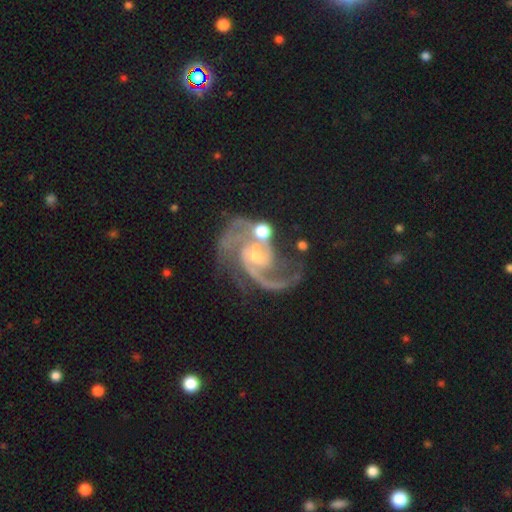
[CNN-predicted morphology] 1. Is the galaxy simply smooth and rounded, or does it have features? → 91% featured or disk, 6% star or artifact, 3% smooth.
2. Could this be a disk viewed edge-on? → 98% no, 2% yes.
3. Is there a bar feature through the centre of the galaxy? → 52% no, 37% weak, 11% strong.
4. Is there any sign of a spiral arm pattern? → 98% yes, 2% no.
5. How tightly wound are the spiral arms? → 58% medium, 23% tight, 18% loose.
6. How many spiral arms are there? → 75% 2, 10% 3, 5% can't tell, 4% 1, 3% 4, 3% more than 4.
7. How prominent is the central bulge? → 64% small, 29% moderate, 4% none, 2% large, 1% dominant.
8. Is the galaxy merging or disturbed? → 49% none, 18% minor disturbance, 18% major disturbance, 16% merger.